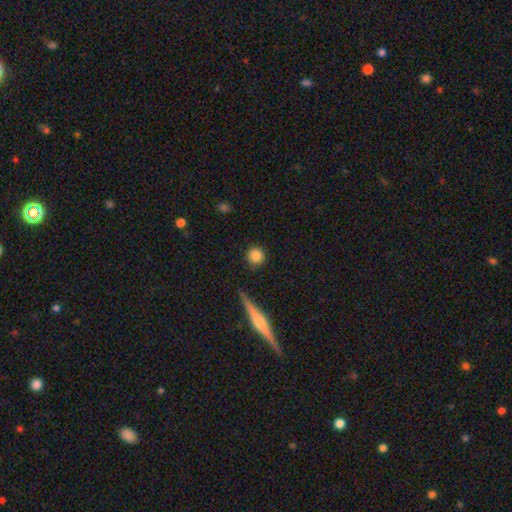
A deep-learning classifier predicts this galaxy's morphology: This is clearly a smooth galaxy (84%). How rounded: clearly round (94%). Merging: clearly none (88%).